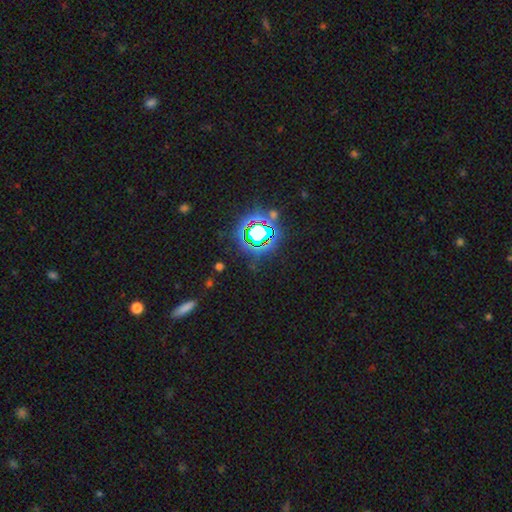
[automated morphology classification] smooth-or-featured: star or artifact: 75% | smooth: 15% | featured or disk: 9%